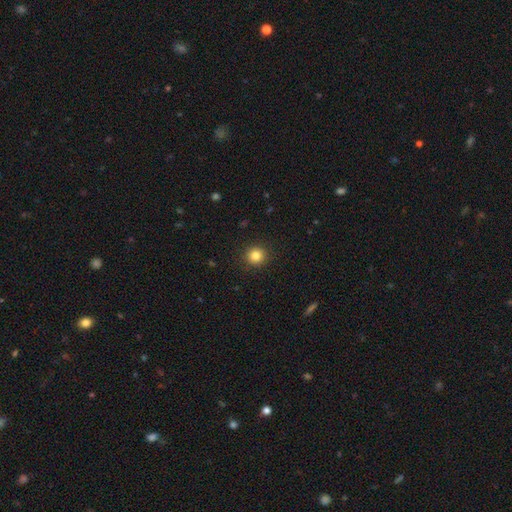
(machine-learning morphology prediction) Smooth or featured: smooth — 83% (star or artifact — 12%)
How rounded: round — 93% (in between — 6%)
Merging: none — 92% (minor disturbance — 5%)